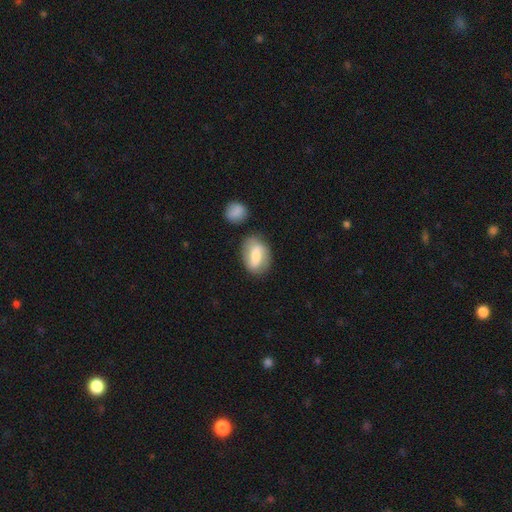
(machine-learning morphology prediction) type=smooth (57%); roundness=in between (80%); merging=none (72%).